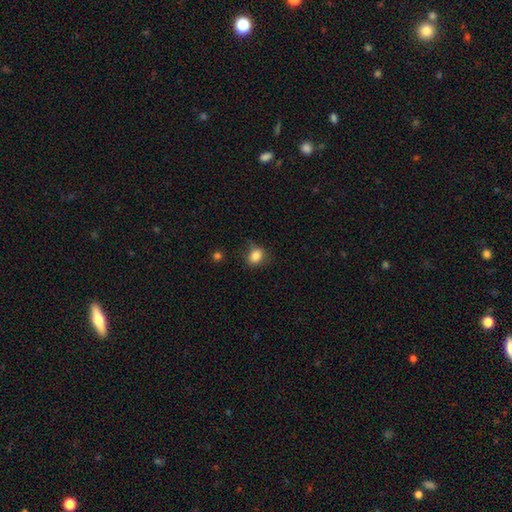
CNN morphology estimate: Smooth or featured? smooth (84%)
How rounded? in between (57%)
Merging? none (68%)